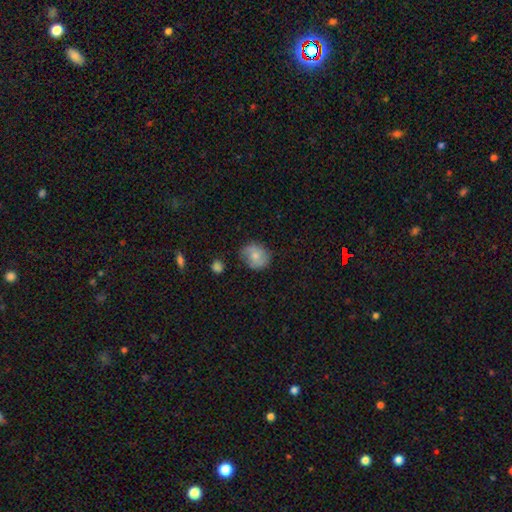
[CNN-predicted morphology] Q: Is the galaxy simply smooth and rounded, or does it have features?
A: smooth — 70%.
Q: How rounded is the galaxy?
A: round — 71%.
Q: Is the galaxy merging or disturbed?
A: none — 69%.